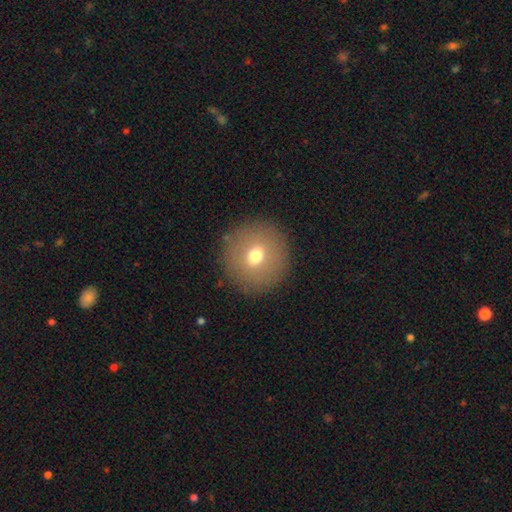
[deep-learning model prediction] This is likely a smooth galaxy (67%). How rounded: clearly round (92%). Merging: clearly none (89%).